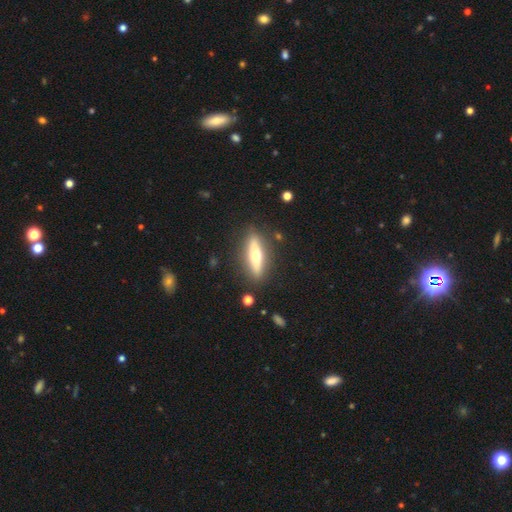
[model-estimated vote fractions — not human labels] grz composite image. It shows a featured or disk galaxy (52%) viewed edge-on (84%). Merging: none (85%).